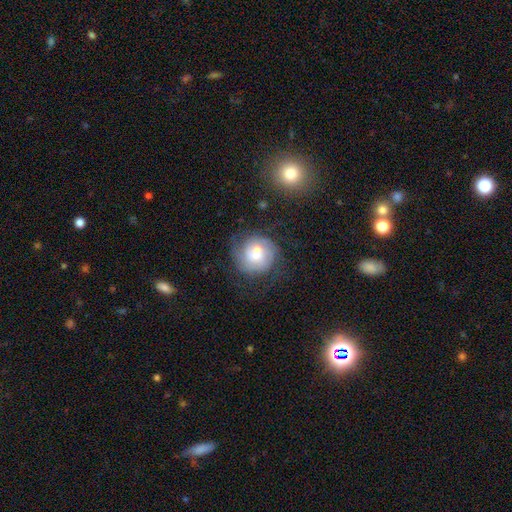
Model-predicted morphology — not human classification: Smooth or featured: featured or disk — 52% (smooth — 39%)
Edge-on disk: no — 97% (yes — 3%)
Bar: no — 67% (weak — 27%)
Spiral arms: yes — 67% (no — 33%)
Bulge size: moderate — 54% (small — 32%)
Merging: none — 47% (merger — 24%)